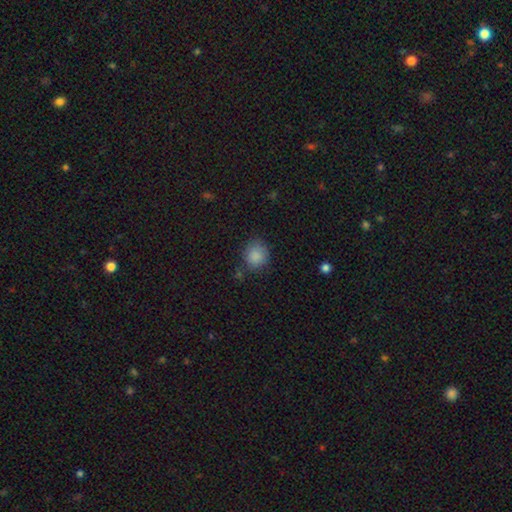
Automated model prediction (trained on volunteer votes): This is clearly a smooth galaxy (87%). How rounded: likely round (74%). Merging: likely none (74%).